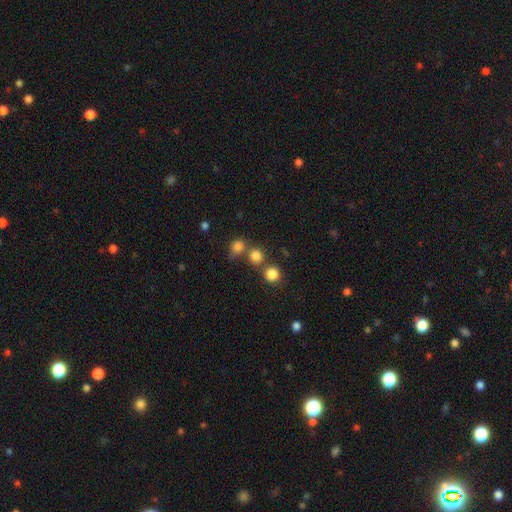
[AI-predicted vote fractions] This is likely a smooth galaxy (80%). How rounded: clearly round (84%). Merging: likely none (60%).